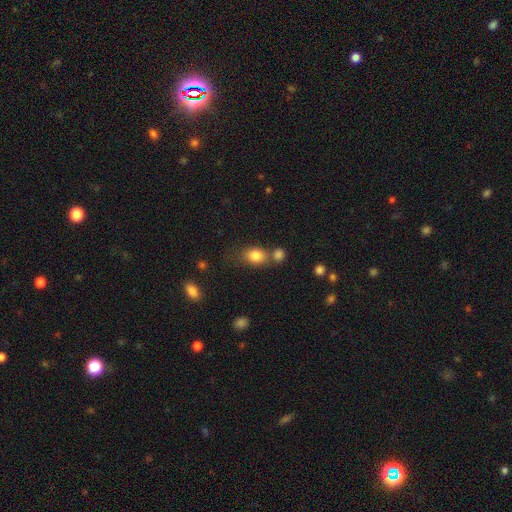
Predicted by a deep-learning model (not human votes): A smooth galaxy with no disk features (82%) that is in between round and cigar-shaped (64%).

Vote fractions:
- Smooth or featured? smooth: 82% / star or artifact: 10% / featured or disk: 8%
- How rounded? in between: 64% / round: 35% / cigar-shaped: 2%
- Merging? none: 50% / merger: 30% / minor disturbance: 15% / major disturbance: 6%